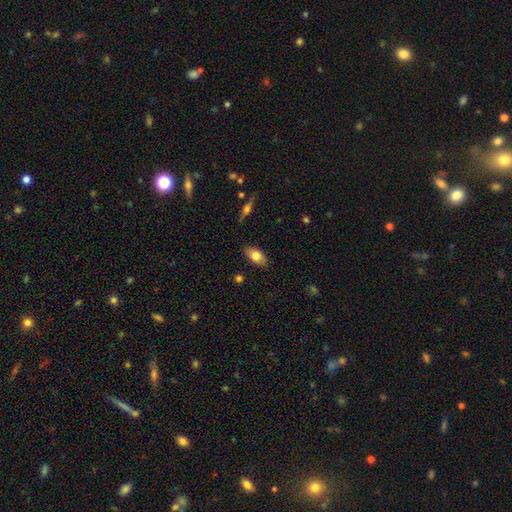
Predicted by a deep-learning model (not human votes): The model was most divided on "smooth or featured": smooth: 74%, featured or disk: 19%, star or artifact: 7%. More confident: how rounded — in between (90%); merging — none (86%).